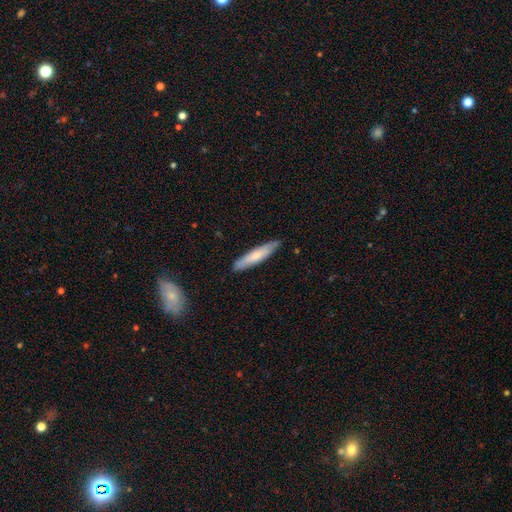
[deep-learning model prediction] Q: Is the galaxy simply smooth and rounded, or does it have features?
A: smooth — 65%.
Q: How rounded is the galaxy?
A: cigar-shaped — 85%.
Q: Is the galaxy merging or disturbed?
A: none — 84%.